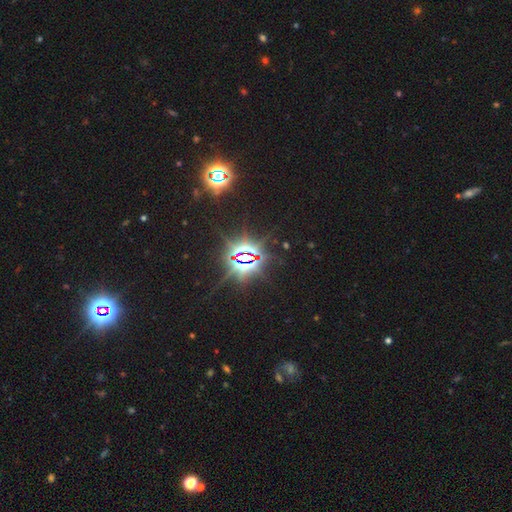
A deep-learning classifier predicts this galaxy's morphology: Overall: star or artifact (86%).